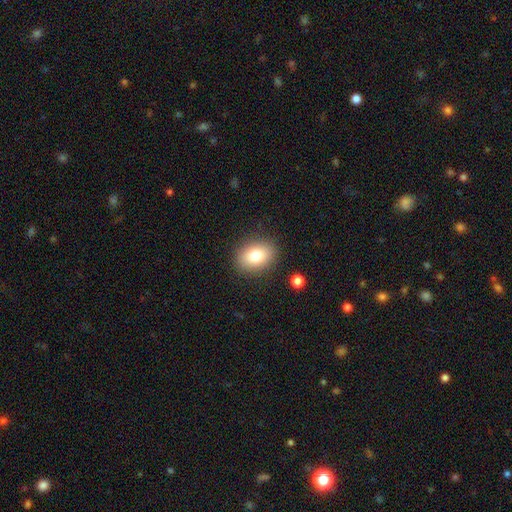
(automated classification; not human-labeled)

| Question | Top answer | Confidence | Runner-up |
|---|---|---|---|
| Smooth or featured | smooth | 79% | featured or disk (11%) |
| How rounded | in between | 70% | round (29%) |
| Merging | none | 87% | minor disturbance (9%) |